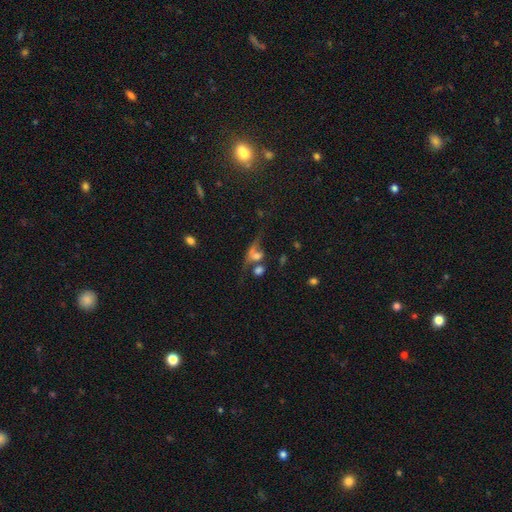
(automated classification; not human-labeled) Smooth or featured?
  - smooth: 48% *
  - featured or disk: 35%
  - star or artifact: 17%
Merging?
  - merger: 37% *
  - none: 26%
  - major disturbance: 23%
  - minor disturbance: 14%